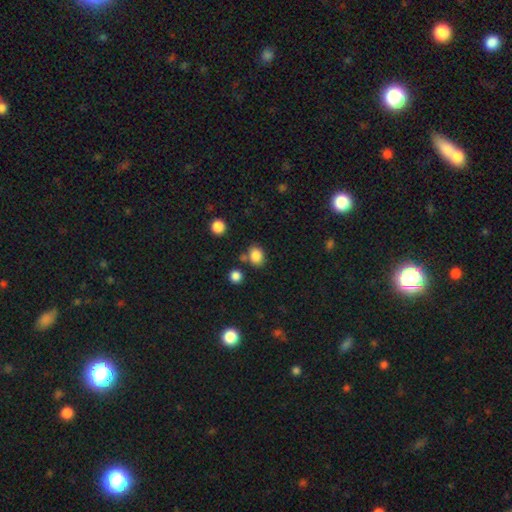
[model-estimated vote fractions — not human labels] Smooth or featured? Predicted: smooth (p=0.84). How rounded? Predicted: round (p=0.53). Merging? Predicted: none (p=0.70).